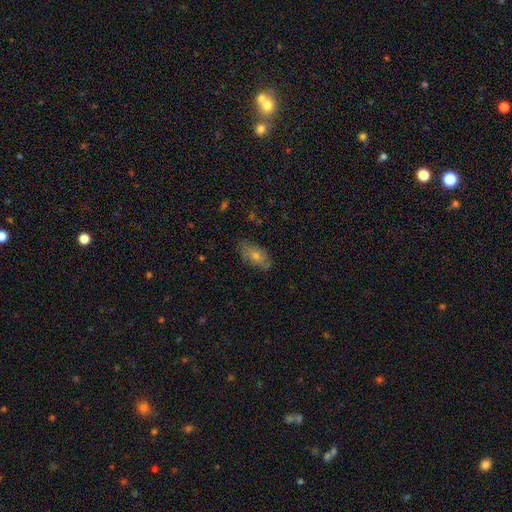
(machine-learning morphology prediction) smooth_or_featured: smooth (p=0.54) [alt: featured or disk p=0.33]
how_rounded: in between (p=0.86) [alt: cigar-shaped p=0.07]
merging: none (p=0.77) [alt: minor disturbance p=0.18]